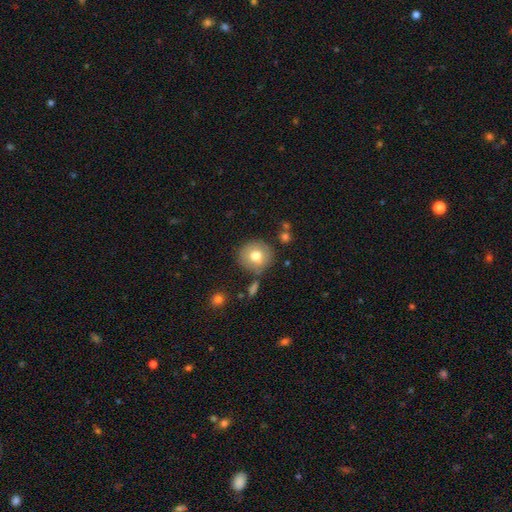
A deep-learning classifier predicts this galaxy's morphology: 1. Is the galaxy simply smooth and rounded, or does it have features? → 75% smooth, 16% featured or disk, 9% star or artifact.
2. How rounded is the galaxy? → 89% round, 10% in between, 1% cigar-shaped.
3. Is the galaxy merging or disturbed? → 77% none, 13% minor disturbance, 6% merger, 4% major disturbance.